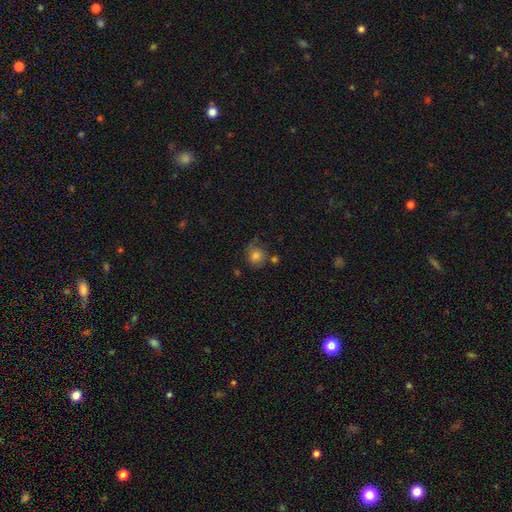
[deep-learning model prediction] A smooth galaxy with no disk features (77%) that is round (84%). Merging: none (60%).